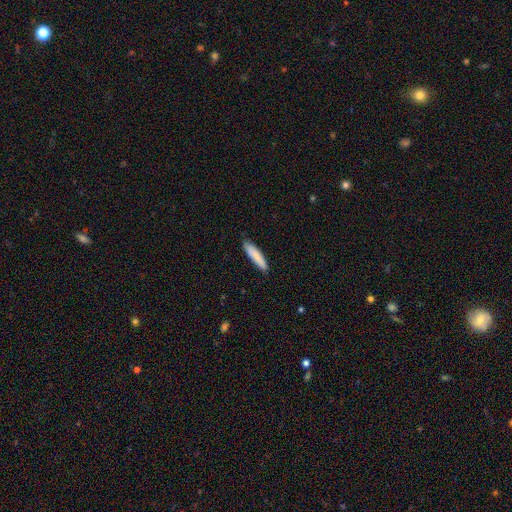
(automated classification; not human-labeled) The model was most divided on "how rounded": cigar-shaped: 83%, in between: 16%, round: 1%. More confident: merging — none (87%); smooth or featured — smooth (83%).